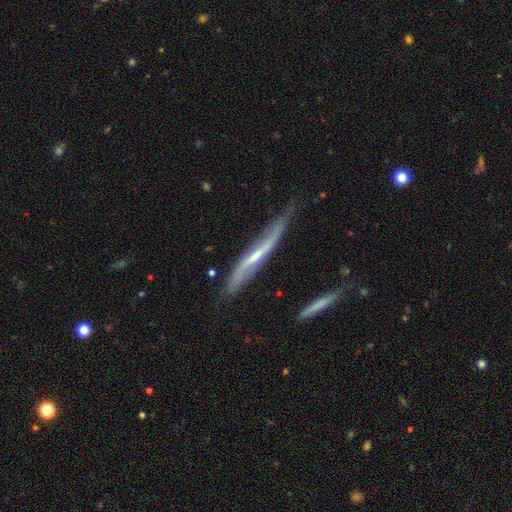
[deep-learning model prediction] Q: Smooth or featured?
A: featured or disk (73%); runner-up: smooth (21%)
Q: Edge-on disk?
A: yes (62%); runner-up: no (38%)
Q: Merging?
A: none (59%); runner-up: minor disturbance (29%)